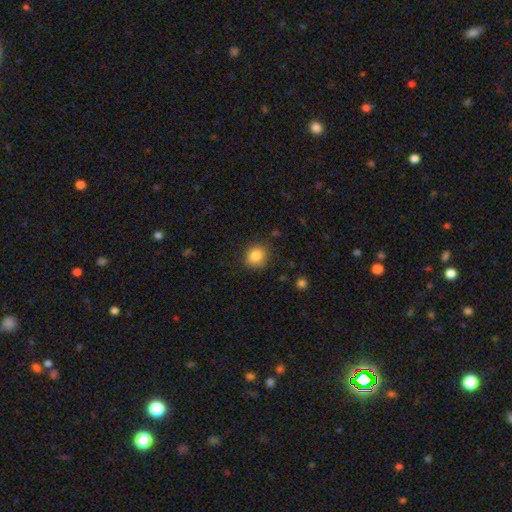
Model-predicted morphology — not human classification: The model was most divided on "how rounded": round: 78%, in between: 21%, cigar-shaped: 1%. More confident: merging — none (84%); smooth or featured — smooth (84%).